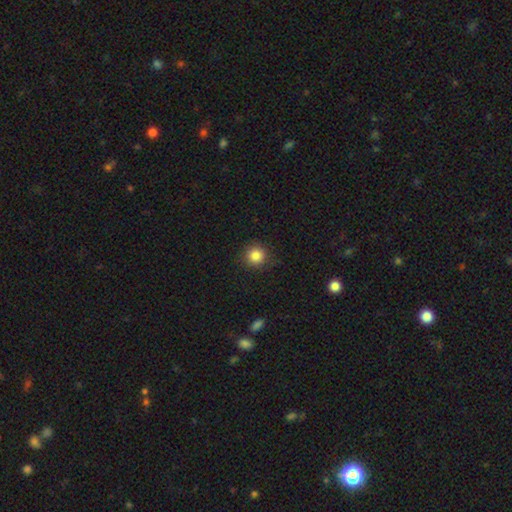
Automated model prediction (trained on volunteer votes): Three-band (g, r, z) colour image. It shows a smooth galaxy with no disk features (85%) that is round (93%). Merging: none (88%).